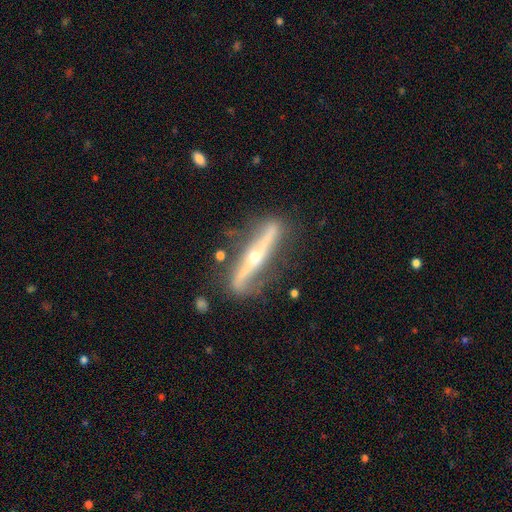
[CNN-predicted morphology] smooth_or_featured: featured or disk (p=0.85) [alt: smooth p=0.10]
disk_edge_on: yes (p=0.75) [alt: no p=0.25]
edge_on_bulge: rounded (p=0.91) [alt: none p=0.06]
merging: none (p=0.78) [alt: minor disturbance p=0.14]